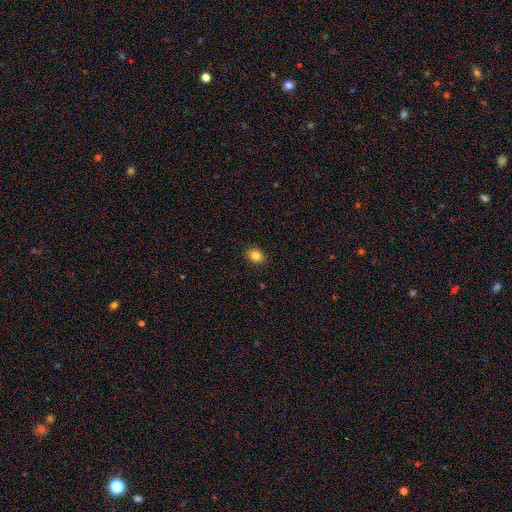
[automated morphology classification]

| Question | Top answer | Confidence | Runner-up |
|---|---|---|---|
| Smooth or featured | smooth | 83% | star or artifact (10%) |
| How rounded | in between | 55% | round (44%) |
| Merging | none | 88% | minor disturbance (9%) |